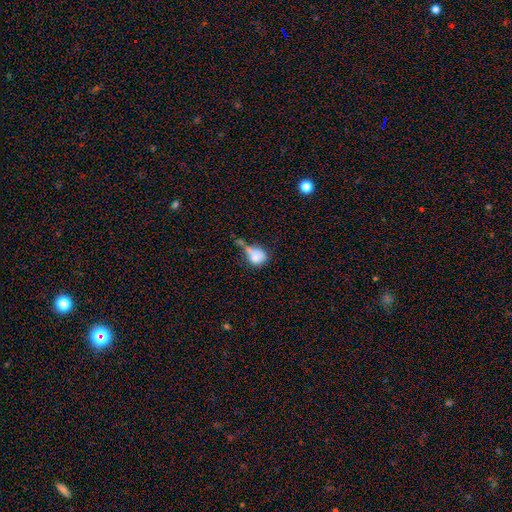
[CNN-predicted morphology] smooth-or-featured: smooth: 75% | featured or disk: 15% | star or artifact: 10%
  how-rounded: round: 60% | in between: 38% | cigar-shaped: 2%
  merging: minor disturbance: 28% | merger: 27% | none: 25% | major disturbance: 20%